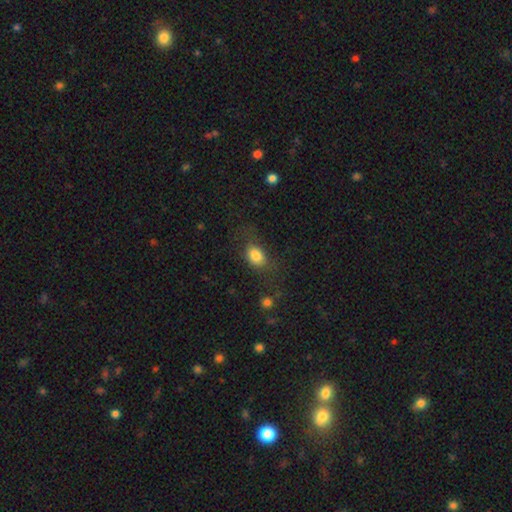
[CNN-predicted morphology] The model was most divided on "merging": none: 62%, minor disturbance: 21%, major disturbance: 14%, merger: 3%. More confident: smooth or featured — smooth (82%); how rounded — in between (74%).